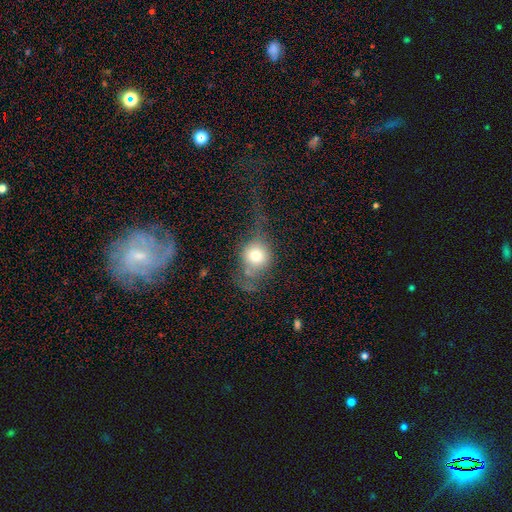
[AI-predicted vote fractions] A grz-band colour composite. It shows a smooth galaxy with no disk features (65%) that is round (70%). Merging: major disturbance (38%).